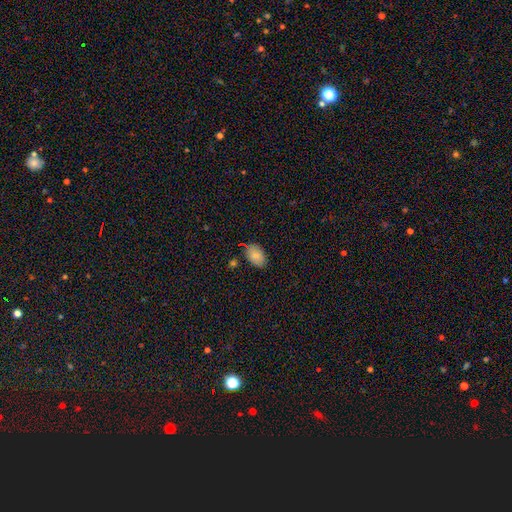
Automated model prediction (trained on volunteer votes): The model was most divided on "merging": none: 79%, minor disturbance: 15%, merger: 3%, major disturbance: 3%. More confident: how rounded — in between (86%); smooth or featured — smooth (85%).